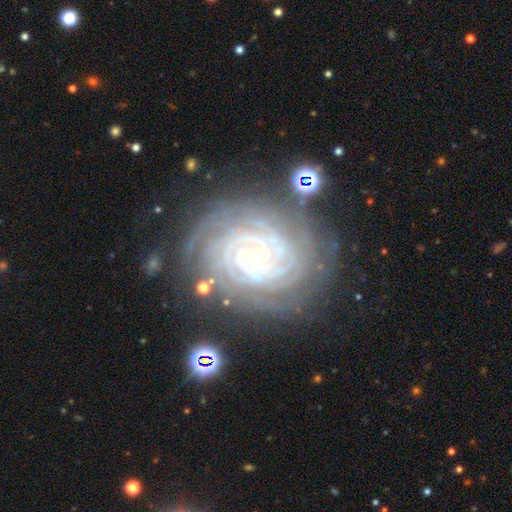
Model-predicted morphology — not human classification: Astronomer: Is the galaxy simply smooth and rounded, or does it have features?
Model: featured or disk — 90%.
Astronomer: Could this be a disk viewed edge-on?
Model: no — 97%.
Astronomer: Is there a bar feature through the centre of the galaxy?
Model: no — 59%.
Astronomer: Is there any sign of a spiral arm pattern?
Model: yes — 98%.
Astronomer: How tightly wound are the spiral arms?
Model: tight — 87%.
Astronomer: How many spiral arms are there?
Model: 4 — 24% (runner-up: more than 4, 20%).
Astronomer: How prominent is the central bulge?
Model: small — 85%.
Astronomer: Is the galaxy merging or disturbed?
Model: none — 76%.